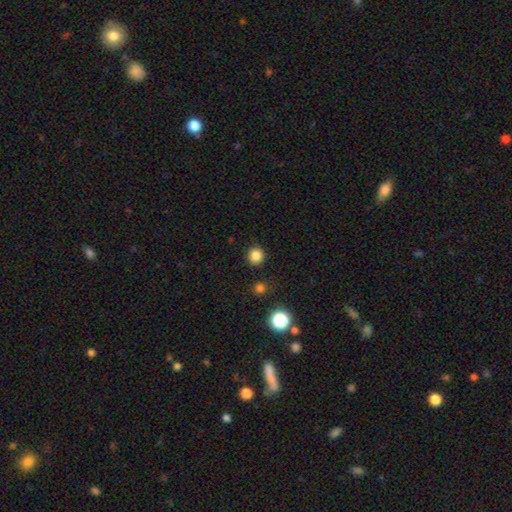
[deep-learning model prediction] A smooth galaxy with no disk features (84%) that is round (92%).

Vote fractions:
- Smooth or featured? smooth: 84% / star or artifact: 12% / featured or disk: 4%
- How rounded? round: 92% / in between: 7% / cigar-shaped: 1%
- Merging? none: 90% / minor disturbance: 6% / merger: 2% / major disturbance: 2%